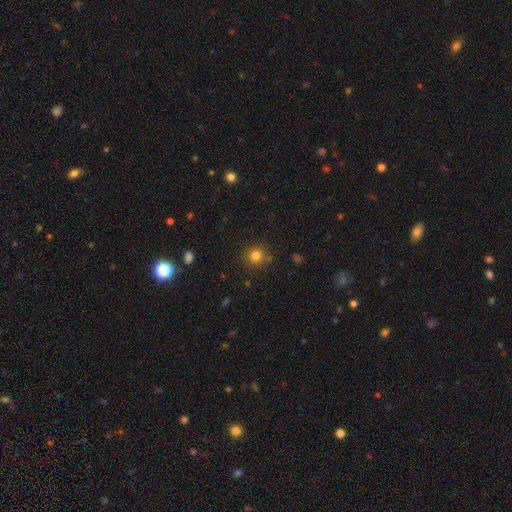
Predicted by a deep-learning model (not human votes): The model was most divided on "smooth or featured": smooth: 80%, star or artifact: 14%, featured or disk: 6%. More confident: how rounded — round (91%); merging — none (85%).